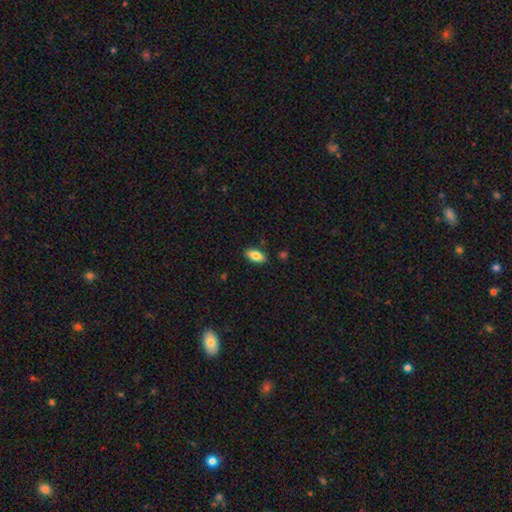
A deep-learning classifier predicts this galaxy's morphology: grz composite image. It shows a smooth galaxy with no disk features (82%) that is in between round and cigar-shaped (91%). Merging: none (87%).